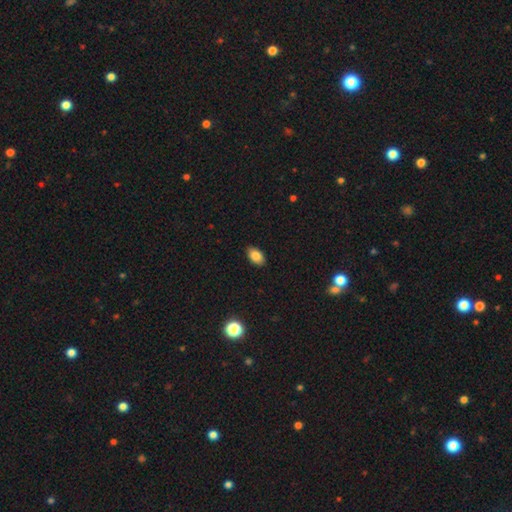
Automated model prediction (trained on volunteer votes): Q: Smooth or featured?
A: smooth (85%); runner-up: star or artifact (9%)
Q: How rounded?
A: in between (91%); runner-up: round (7%)
Q: Merging?
A: none (88%); runner-up: minor disturbance (9%)